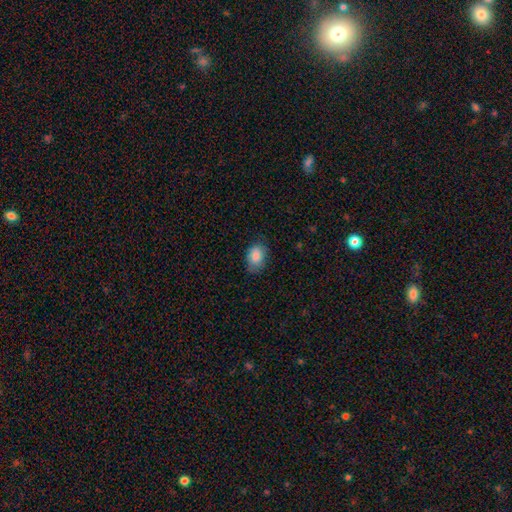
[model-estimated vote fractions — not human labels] smooth-or-featured: smooth: 87% | star or artifact: 7% | featured or disk: 6%
  how-rounded: in between: 81% | round: 18% | cigar-shaped: 1%
  merging: none: 74% | minor disturbance: 21% | major disturbance: 4% | merger: 1%